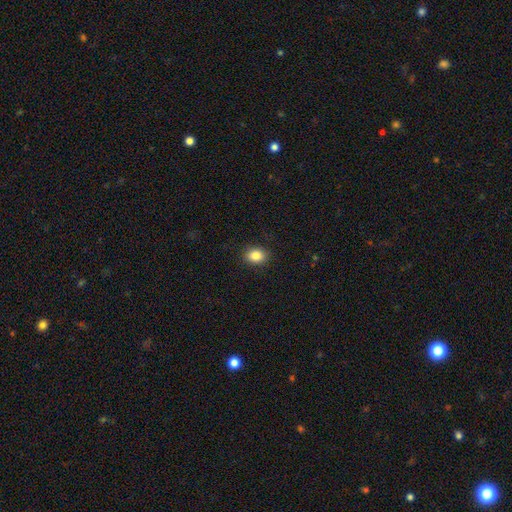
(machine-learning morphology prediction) The model was most divided on "how rounded": in between: 54%, round: 45%, cigar-shaped: 1%. More confident: merging — none (89%); smooth or featured — smooth (85%).